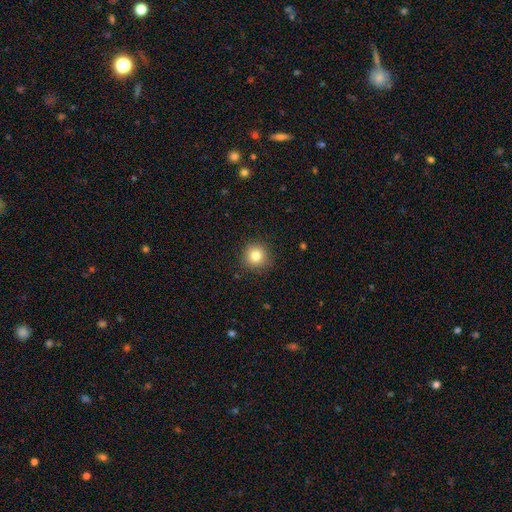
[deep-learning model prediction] Q: Smooth or featured?
A: smooth (82%); runner-up: star or artifact (11%)
Q: How rounded?
A: round (93%); runner-up: in between (6%)
Q: Merging?
A: none (88%); runner-up: minor disturbance (8%)